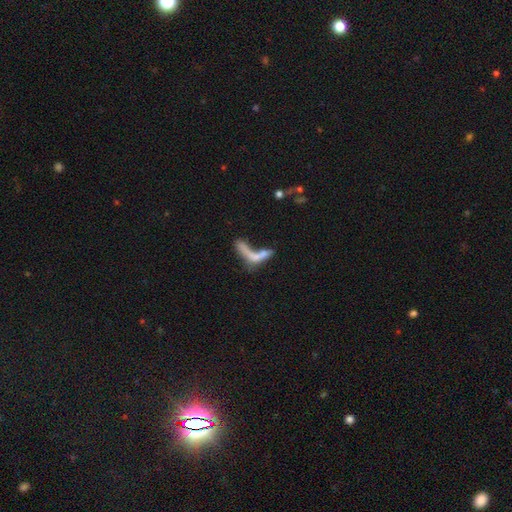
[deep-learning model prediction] Smooth or featured?
  - smooth: 55% *
  - featured or disk: 33%
  - star or artifact: 12%
How rounded?
  - cigar-shaped: 62% *
  - in between: 33%
  - round: 5%
Merging?
  - merger: 50% *
  - major disturbance: 21%
  - none: 20%
  - minor disturbance: 9%